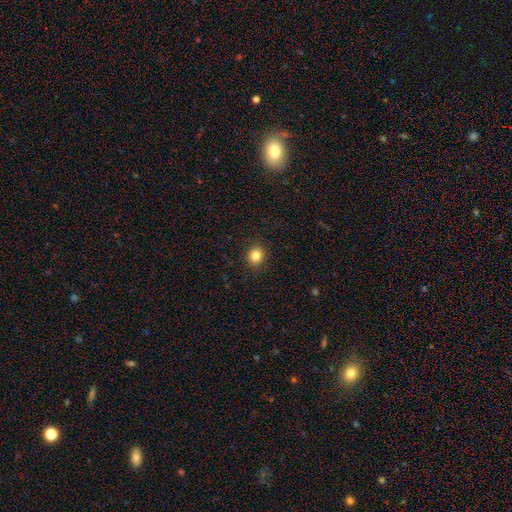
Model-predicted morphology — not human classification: Smooth or featured? Predicted: smooth (p=0.84). How rounded? Predicted: round (p=0.79). Merging? Predicted: none (p=0.91).